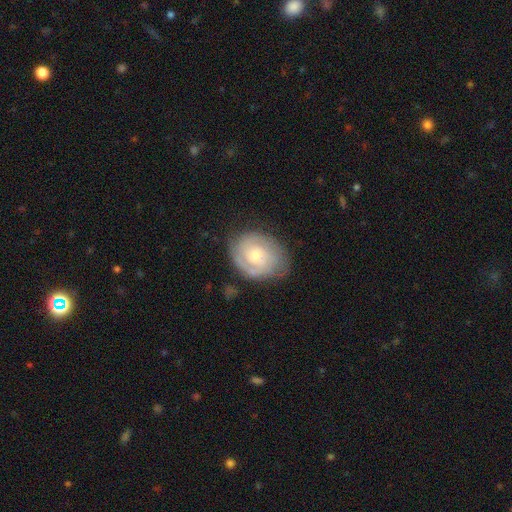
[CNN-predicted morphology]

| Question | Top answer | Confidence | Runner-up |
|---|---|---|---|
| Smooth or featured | featured or disk | 72% | smooth (22%) |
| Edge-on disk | no | 97% | yes (3%) |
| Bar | no | 71% | weak (26%) |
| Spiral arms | yes | 90% | no (10%) |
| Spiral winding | tight | 65% | medium (28%) |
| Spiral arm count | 2 | 40% | can't tell (32%) |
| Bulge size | moderate | 52% | small (42%) |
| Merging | none | 71% | minor disturbance (21%) |